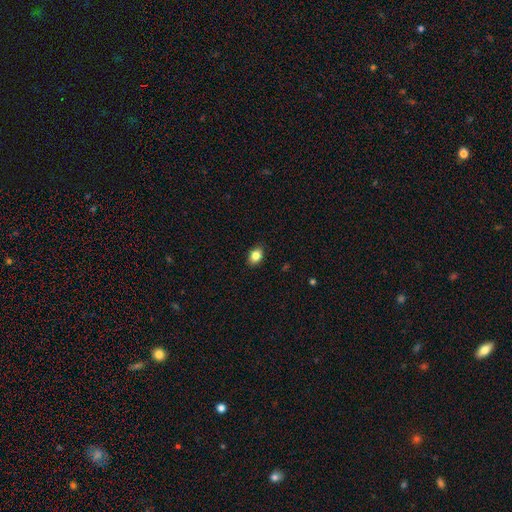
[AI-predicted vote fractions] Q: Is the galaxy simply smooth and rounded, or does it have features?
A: smooth — 85%.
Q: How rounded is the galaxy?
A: in between — 73%.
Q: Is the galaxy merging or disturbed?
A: none — 88%.